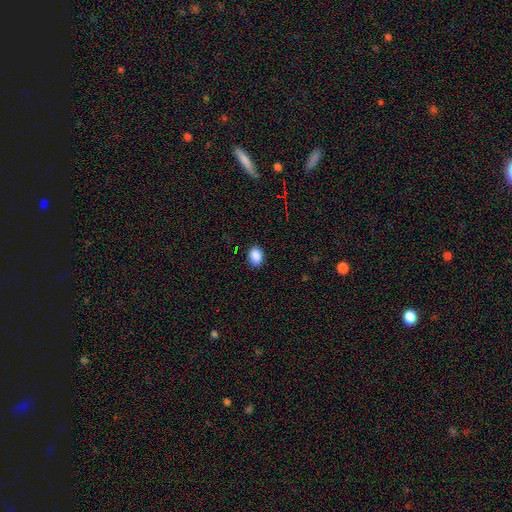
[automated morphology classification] Smooth or featured?
  - smooth: 88% *
  - star or artifact: 9%
  - featured or disk: 3%
How rounded?
  - in between: 70% *
  - round: 29%
  - cigar-shaped: 1%
Merging?
  - none: 87% *
  - minor disturbance: 10%
  - major disturbance: 2%
  - merger: 1%